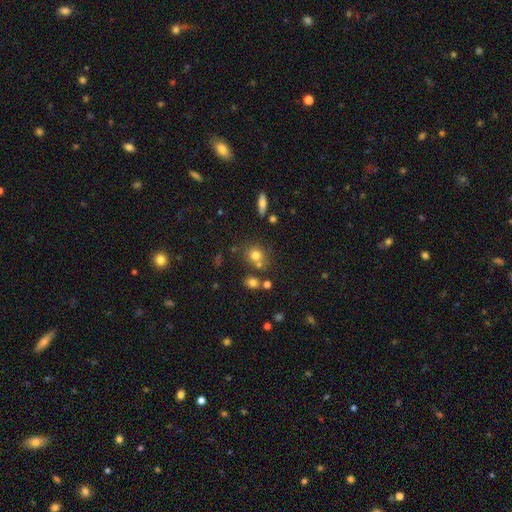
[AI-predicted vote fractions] The model was most divided on "merging": none: 62%, merger: 21%, minor disturbance: 12%, major disturbance: 4%. More confident: how rounded — round (77%); smooth or featured — smooth (73%).